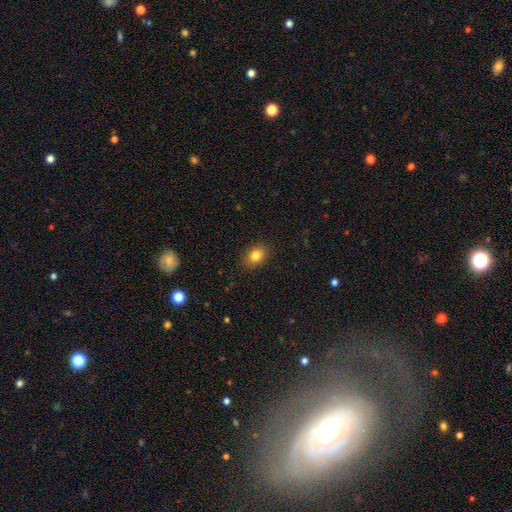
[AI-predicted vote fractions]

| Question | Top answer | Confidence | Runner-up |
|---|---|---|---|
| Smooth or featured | smooth | 83% | star or artifact (10%) |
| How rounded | in between | 70% | round (29%) |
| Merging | none | 87% | minor disturbance (10%) |